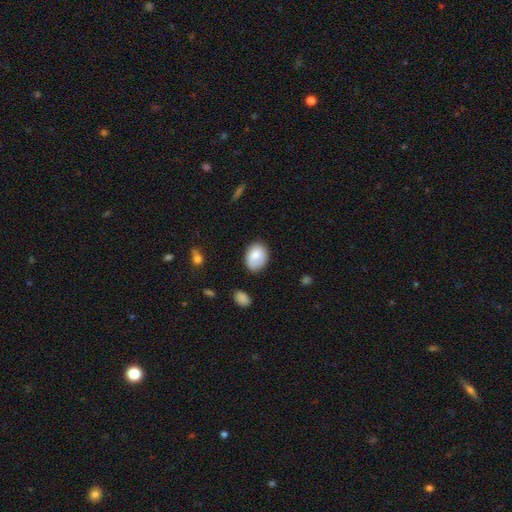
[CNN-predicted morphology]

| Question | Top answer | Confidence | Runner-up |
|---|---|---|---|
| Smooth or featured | smooth | 80% | featured or disk (13%) |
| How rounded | in between | 73% | round (26%) |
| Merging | none | 70% | minor disturbance (22%) |